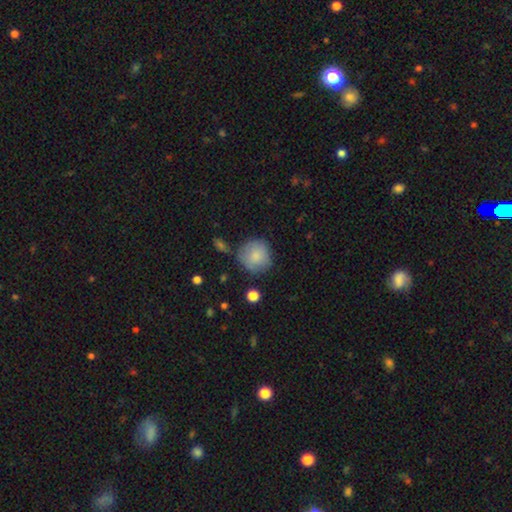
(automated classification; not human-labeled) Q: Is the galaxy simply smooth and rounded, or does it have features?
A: smooth — 82%.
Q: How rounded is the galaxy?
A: round — 91%.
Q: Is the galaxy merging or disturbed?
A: none — 67%.